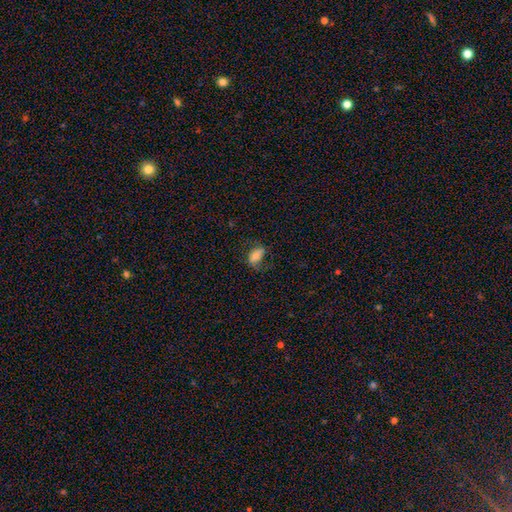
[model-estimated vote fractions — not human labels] Smooth or featured?
  - smooth: 68% *
  - featured or disk: 23%
  - star or artifact: 9%
How rounded?
  - in between: 86% *
  - round: 8%
  - cigar-shaped: 6%
Merging?
  - none: 65% *
  - minor disturbance: 22%
  - major disturbance: 12%
  - merger: 1%